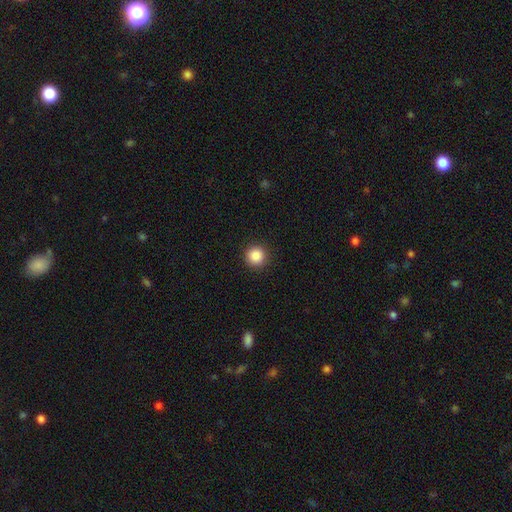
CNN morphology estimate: type=smooth (87%); roundness=round (95%); merging=none (92%).